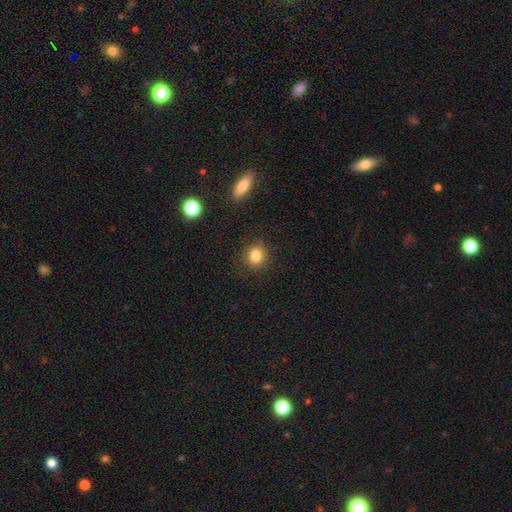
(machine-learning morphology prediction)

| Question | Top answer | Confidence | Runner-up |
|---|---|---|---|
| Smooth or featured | smooth | 82% | star or artifact (11%) |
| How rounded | round | 70% | in between (29%) |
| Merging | none | 86% | minor disturbance (9%) |